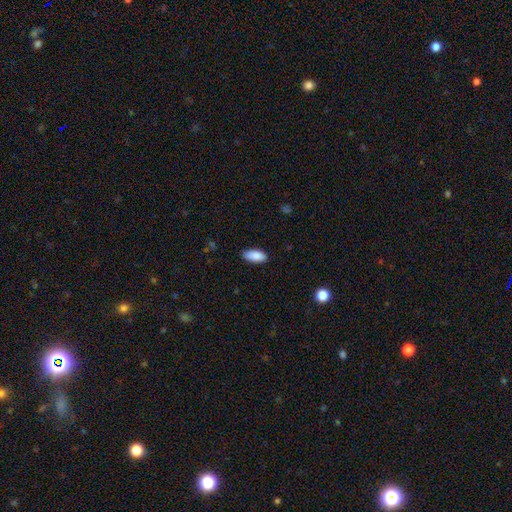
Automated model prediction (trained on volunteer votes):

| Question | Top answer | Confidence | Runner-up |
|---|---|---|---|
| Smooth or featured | smooth | 88% | star or artifact (6%) |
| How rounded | in between | 87% | cigar-shaped (11%) |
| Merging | none | 82% | minor disturbance (15%) |